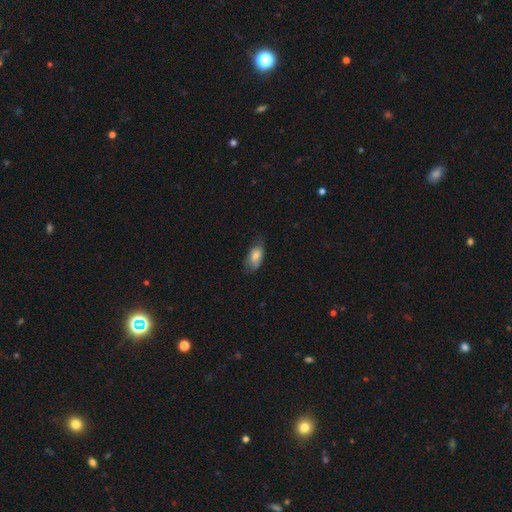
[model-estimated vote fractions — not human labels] Morphology: type=smooth (73%); roundness=in between (91%); merging=none (55%).